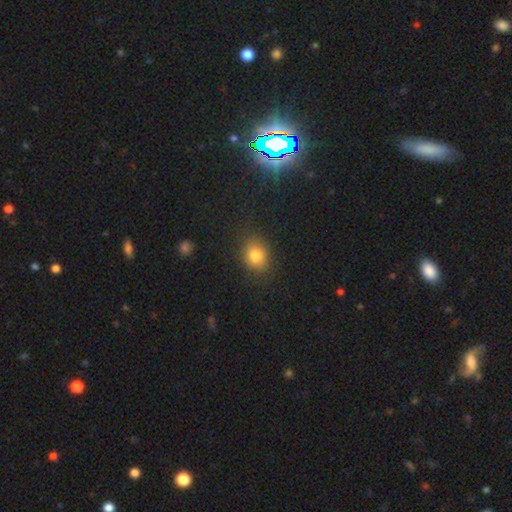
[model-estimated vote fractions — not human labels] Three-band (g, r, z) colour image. It shows a smooth galaxy with no disk features (79%) that is round (55%). Merging: none (83%).